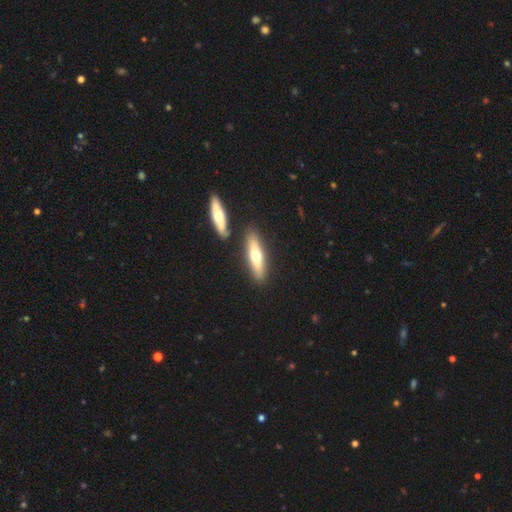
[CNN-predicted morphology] This appears to be a smooth galaxy with no disk features (51%) that is cigar-shaped (68%). Merging: none (80%).